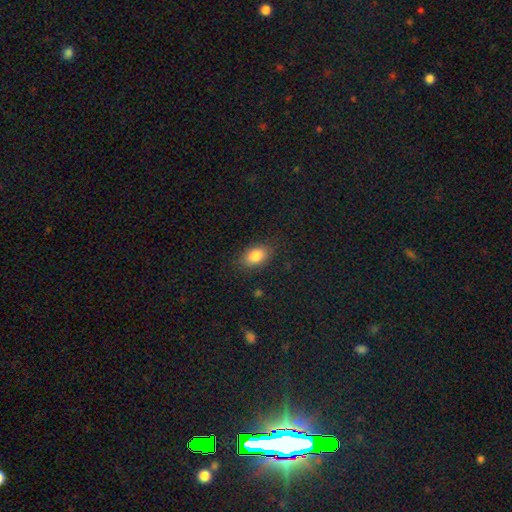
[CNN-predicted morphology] A smooth galaxy with no disk features (84%) that is in between round and cigar-shaped (85%). Merging: none (84%).